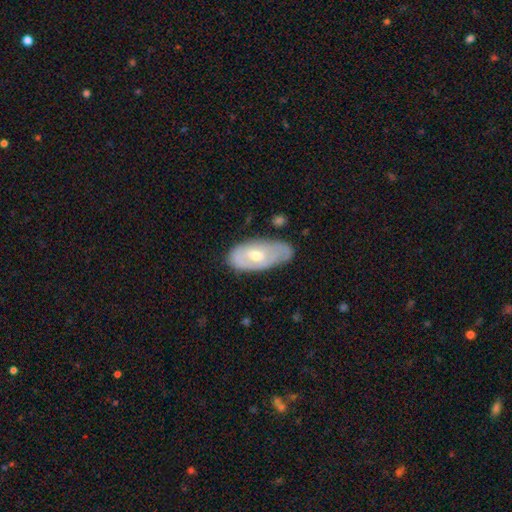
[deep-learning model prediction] featured or disk 51%, smooth 43%, star or artifact 6%. Down the decision tree: edge-on disk — no (88%); merging — none (56%).